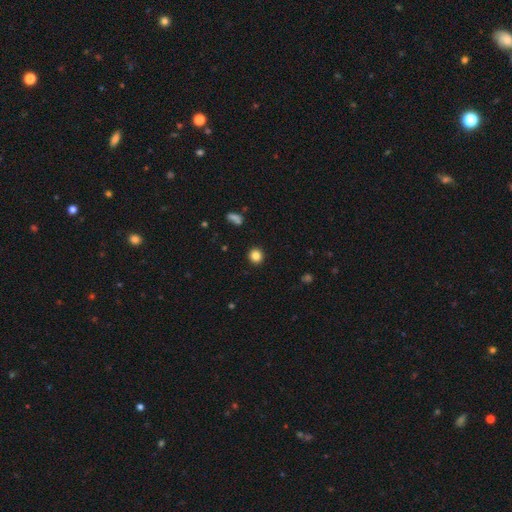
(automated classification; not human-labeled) Smooth or featured? smooth (85%)
How rounded? round (91%)
Merging? none (92%)